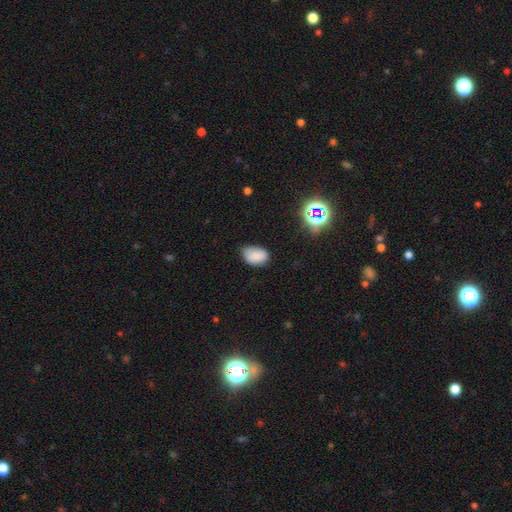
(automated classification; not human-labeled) This is clearly a smooth galaxy (83%). How rounded: clearly in between (84%). Merging: likely none (66%).